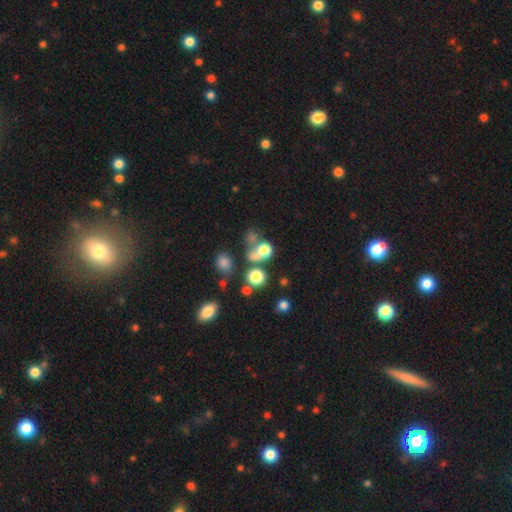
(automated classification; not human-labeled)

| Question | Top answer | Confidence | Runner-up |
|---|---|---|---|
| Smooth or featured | smooth | 65% | star or artifact (20%) |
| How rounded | round | 69% | in between (30%) |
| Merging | merger | 39% | none (35%) |